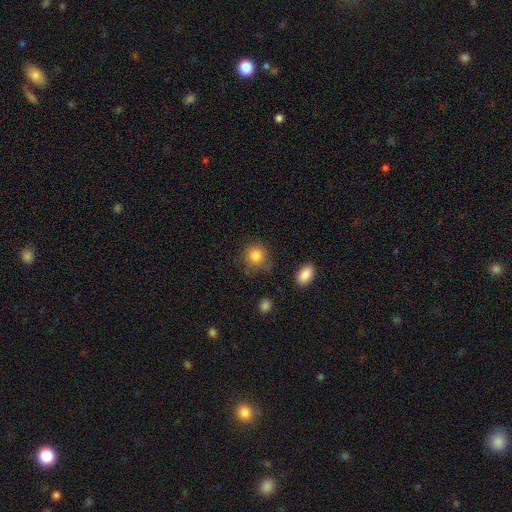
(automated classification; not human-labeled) The model was most divided on "merging": none: 74%, minor disturbance: 16%, major disturbance: 5%, merger: 5%. More confident: how rounded — round (88%); smooth or featured — smooth (84%).